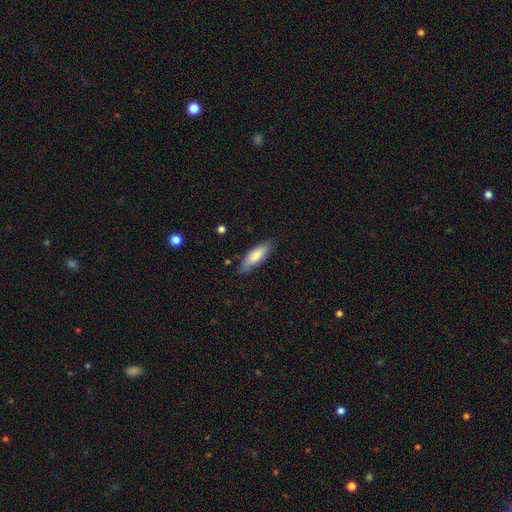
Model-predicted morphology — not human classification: smooth_or_featured: smooth (p=0.79) [alt: featured or disk p=0.15]
how_rounded: in between (p=0.59) [alt: cigar-shaped p=0.40]
merging: none (p=0.80) [alt: minor disturbance p=0.16]